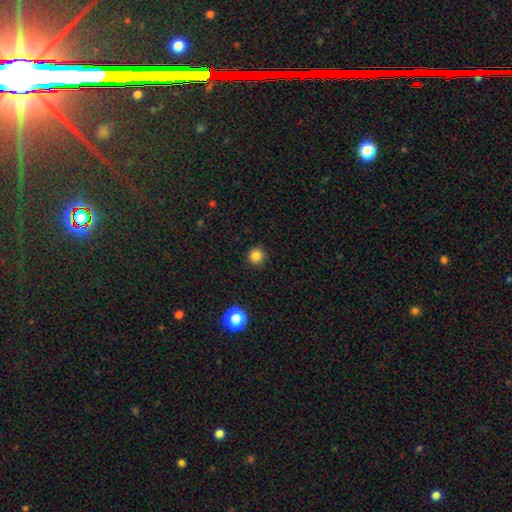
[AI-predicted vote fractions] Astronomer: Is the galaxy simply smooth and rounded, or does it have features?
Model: smooth — 83%.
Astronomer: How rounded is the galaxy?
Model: round — 94%.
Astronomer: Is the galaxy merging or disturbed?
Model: none — 91%.